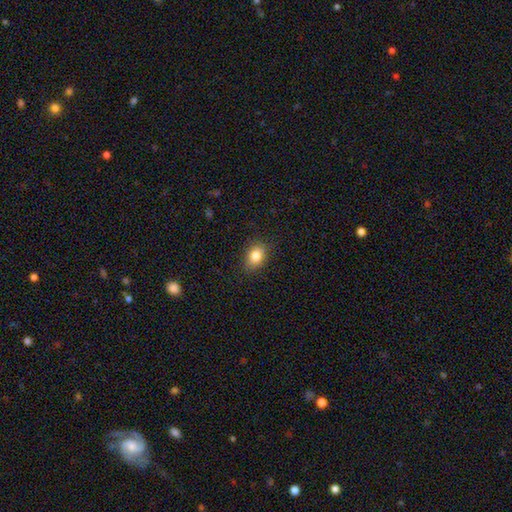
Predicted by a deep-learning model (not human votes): Smooth or featured? Predicted: smooth (p=0.83). How rounded? Predicted: in between (p=0.69). Merging? Predicted: none (p=0.86).